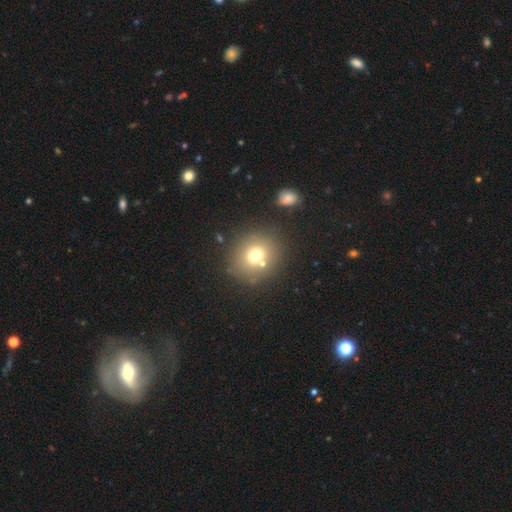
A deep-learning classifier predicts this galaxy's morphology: smooth-or-featured: smooth: 70% | star or artifact: 15% | featured or disk: 15%
  how-rounded: round: 83% | in between: 16% | cigar-shaped: 1%
  merging: none: 73% | merger: 13% | minor disturbance: 10% | major disturbance: 4%